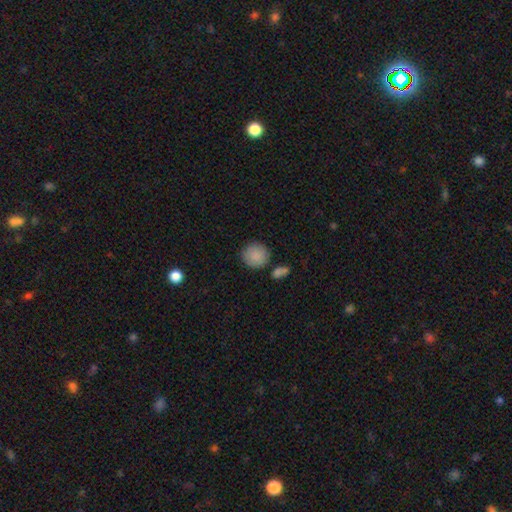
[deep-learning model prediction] Smooth or featured: smooth — 88% (star or artifact — 7%)
How rounded: round — 91% (in between — 8%)
Merging: none — 78% (minor disturbance — 11%)